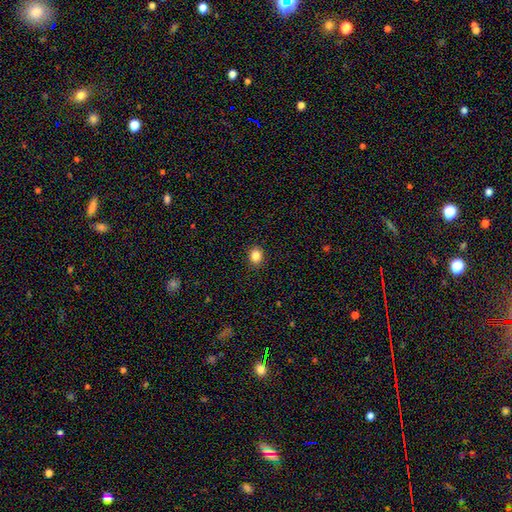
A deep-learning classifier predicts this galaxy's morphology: A smooth galaxy with no disk features (85%) that is round (59%). Merging: none (91%).